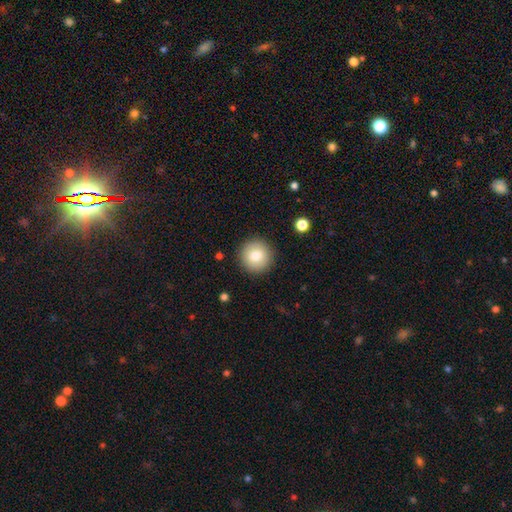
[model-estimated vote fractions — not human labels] The model was most divided on "smooth or featured": smooth: 80%, featured or disk: 11%, star or artifact: 9%. More confident: how rounded — round (95%); merging — none (91%).